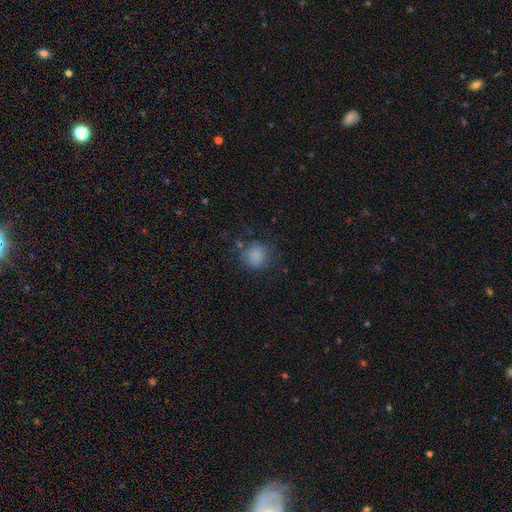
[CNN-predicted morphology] The model was most divided on "merging": none: 77%, minor disturbance: 14%, major disturbance: 6%, merger: 3%. More confident: how rounded — round (88%); smooth or featured — smooth (85%).